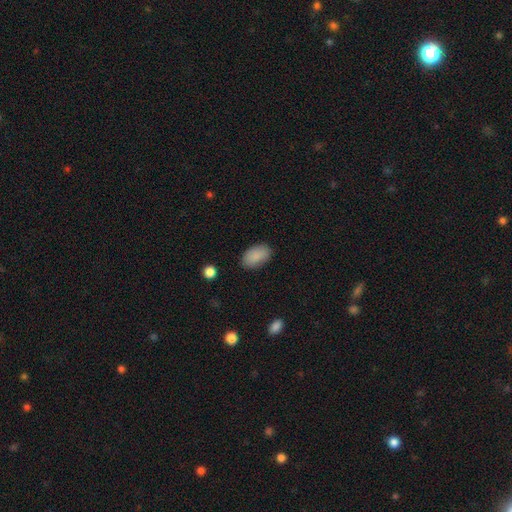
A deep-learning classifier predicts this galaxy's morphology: smooth_or_featured: smooth (p=0.88) [alt: star or artifact p=0.07]
how_rounded: in between (p=0.93) [alt: round p=0.05]
merging: none (p=0.85) [alt: minor disturbance p=0.11]